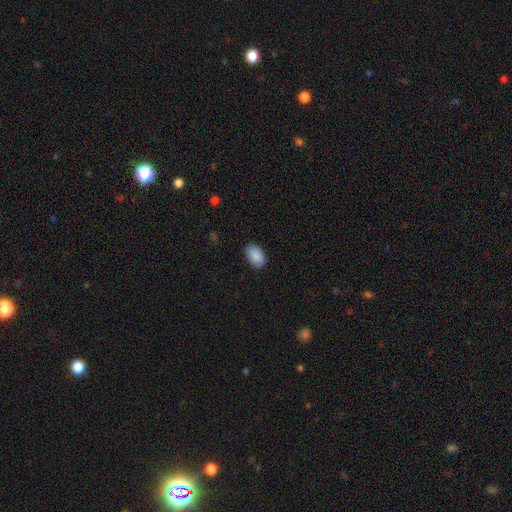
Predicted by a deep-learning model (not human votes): Smooth or featured? Predicted: smooth (p=0.90). How rounded? Predicted: in between (p=0.91). Merging? Predicted: none (p=0.87).